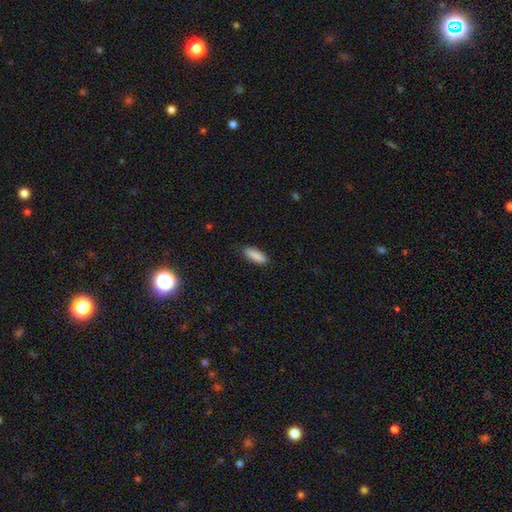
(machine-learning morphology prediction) type=smooth (88%); roundness=in between (55%); merging=none (85%).